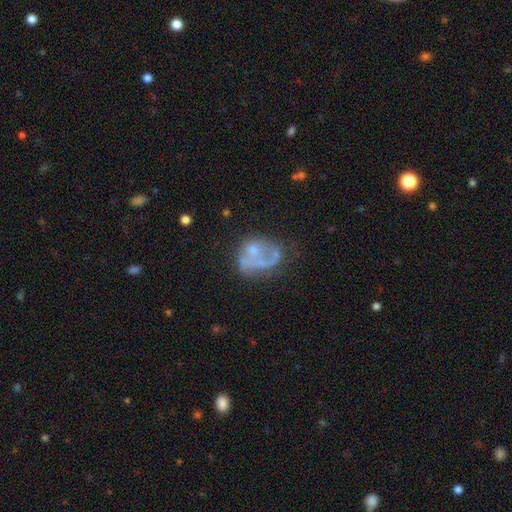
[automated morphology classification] Smooth or featured?
  - featured or disk: 56% *
  - smooth: 32%
  - star or artifact: 12%
Edge-on disk?
  - no: 98% *
  - yes: 2%
Bar?
  - no: 89% *
  - weak: 9%
  - strong: 2%
Spiral arms?
  - no: 79% *
  - yes: 21%
Bulge size?
  - none: 42% *
  - small: 33%
  - moderate: 22%
  - large: 2%
  - dominant: 2%
Merging?
  - none: 34% *
  - major disturbance: 31%
  - minor disturbance: 20%
  - merger: 16%